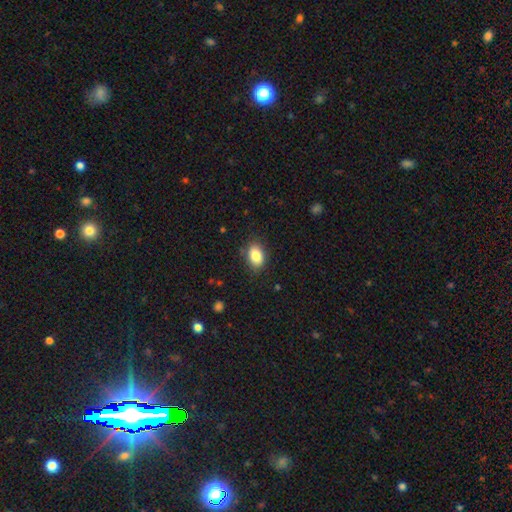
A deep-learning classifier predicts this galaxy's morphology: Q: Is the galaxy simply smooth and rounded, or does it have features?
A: smooth — 85%.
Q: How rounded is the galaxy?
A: in between — 81%.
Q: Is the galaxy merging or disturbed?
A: none — 82%.